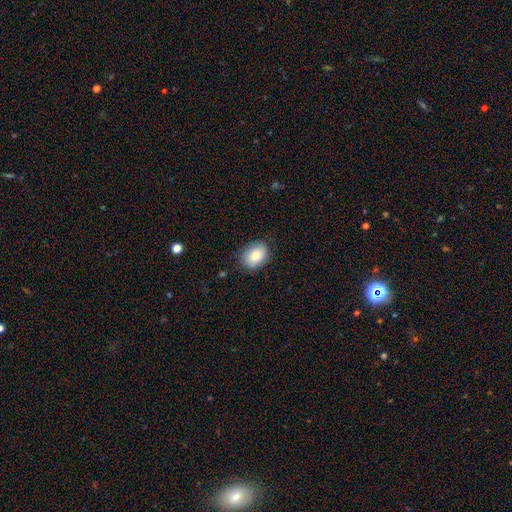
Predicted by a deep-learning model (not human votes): Smooth or featured? smooth (82%)
How rounded? in between (68%)
Merging? none (82%)